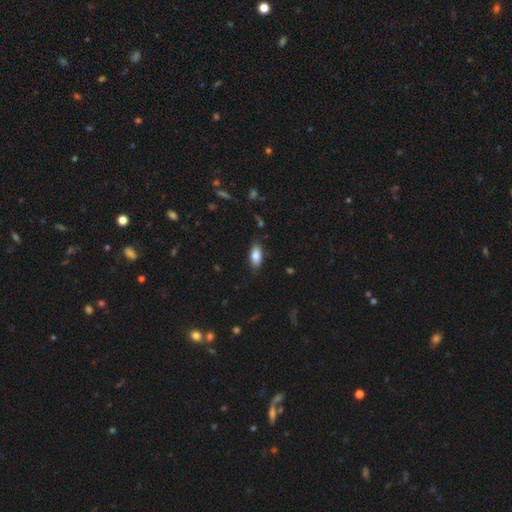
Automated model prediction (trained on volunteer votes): A smooth galaxy with no disk features (83%) that is in between round and cigar-shaped (86%).

Vote fractions:
- Smooth or featured? smooth: 83% / featured or disk: 9% / star or artifact: 7%
- How rounded? in between: 86% / cigar-shaped: 11% / round: 3%
- Merging? none: 83% / minor disturbance: 13% / major disturbance: 3% / merger: 1%